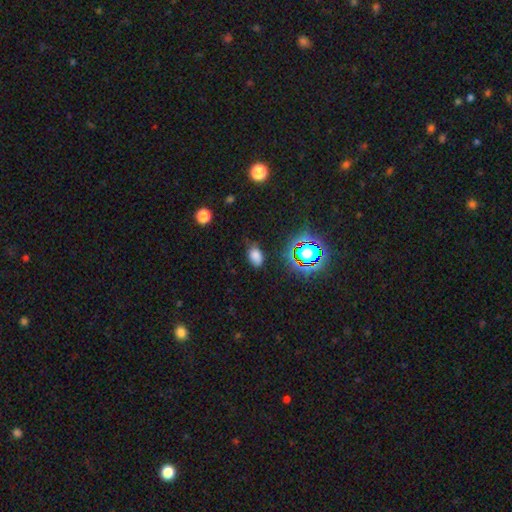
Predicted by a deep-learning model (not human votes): Smooth or featured: smooth — 72% (star or artifact — 20%)
How rounded: in between — 87% (round — 11%)
Merging: none — 70% (minor disturbance — 22%)